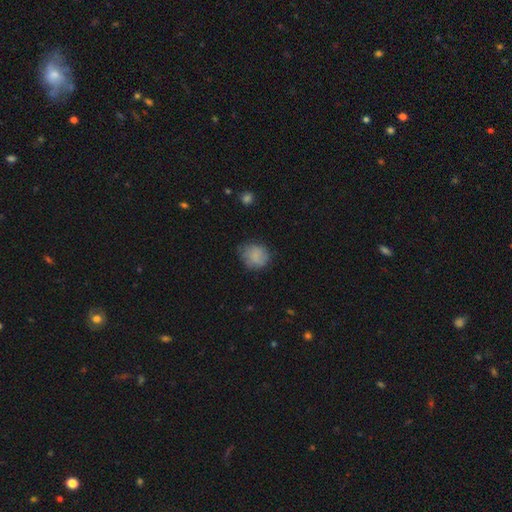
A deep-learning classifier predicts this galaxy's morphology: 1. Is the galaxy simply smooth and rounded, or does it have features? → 74% smooth, 17% featured or disk, 9% star or artifact.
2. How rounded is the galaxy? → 79% round, 20% in between, 1% cigar-shaped.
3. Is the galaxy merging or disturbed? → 67% none, 23% minor disturbance, 8% major disturbance, 2% merger.